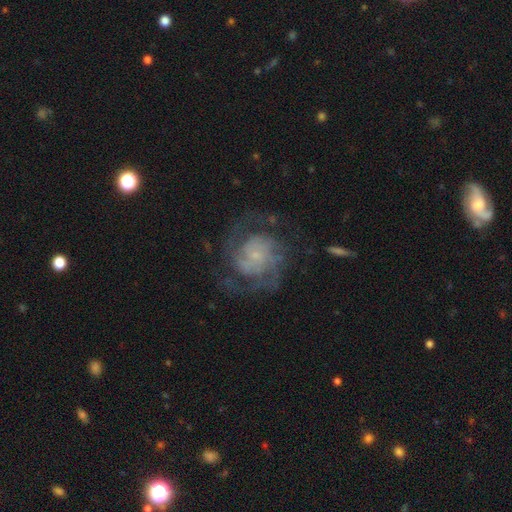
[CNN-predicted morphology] Smooth or featured? Predicted: featured or disk (p=0.82). Edge-on disk? Predicted: no (p=0.98). Bar? Predicted: no (p=0.73). Spiral arms? Predicted: yes (p=0.94). Spiral winding? Predicted: tight (p=0.49). Spiral arm count? Predicted: 2 (p=0.31). Bulge size? Predicted: small (p=0.71). Merging? Predicted: none (p=0.66).